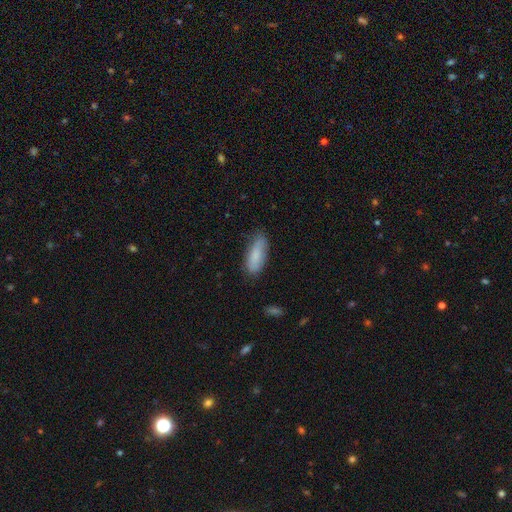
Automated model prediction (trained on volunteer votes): A smooth galaxy with no disk features (83%) that is in between round and cigar-shaped (67%). Merging: none (70%).